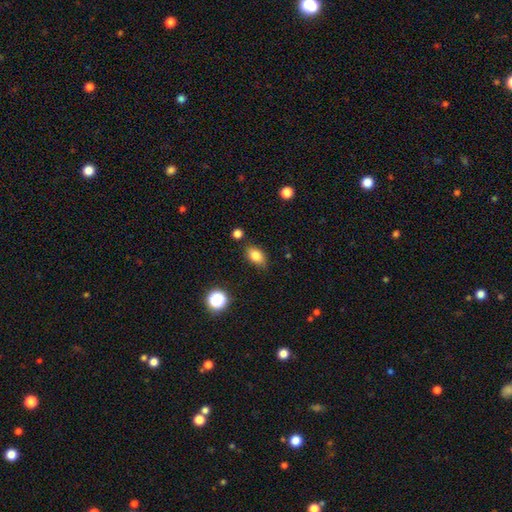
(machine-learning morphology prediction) This is clearly a smooth galaxy (81%). How rounded: clearly in between (82%). Merging: likely none (79%).